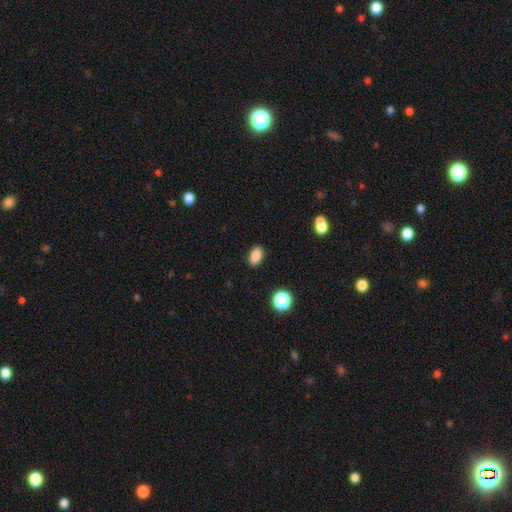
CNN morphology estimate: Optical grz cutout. It shows a smooth galaxy with no disk features (87%) that is in between round and cigar-shaped (88%). Merging: none (89%).